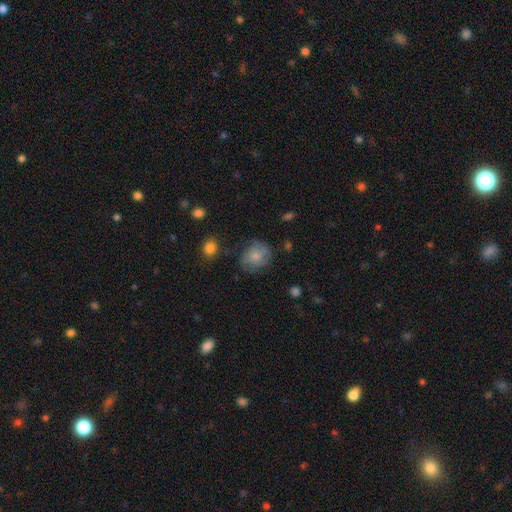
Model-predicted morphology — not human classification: The model was most divided on "how rounded": round: 60%, in between: 39%, cigar-shaped: 1%. More confident: smooth or featured — smooth (71%); merging — none (60%).